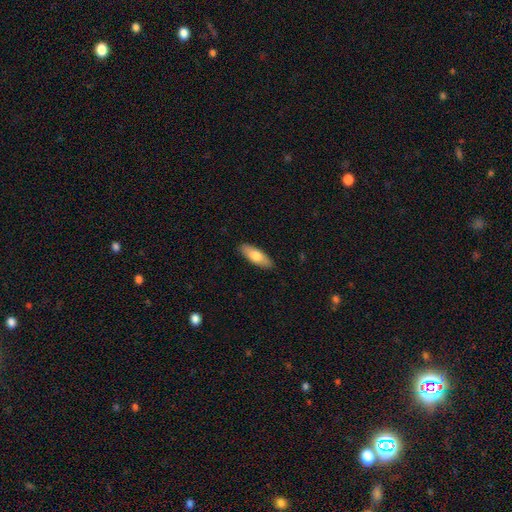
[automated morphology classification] type=smooth (73%); roundness=in between (68%); merging=none (89%).